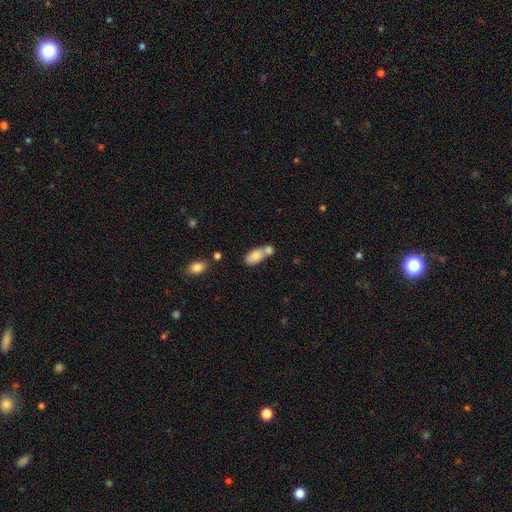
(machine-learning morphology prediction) A smooth galaxy with no disk features (82%) that is in between round and cigar-shaped (88%). Merging: merger (49%).